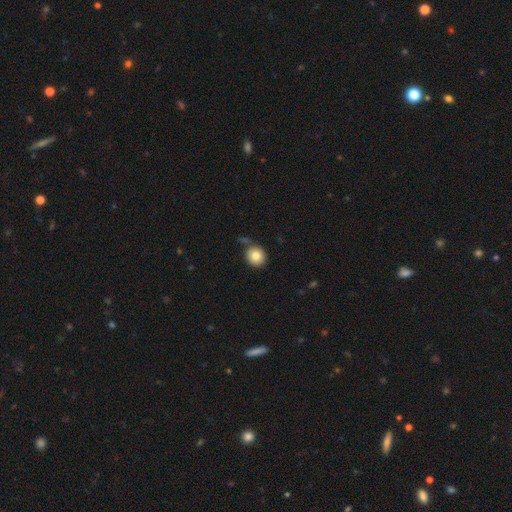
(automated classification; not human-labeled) Smooth or featured? smooth (82%)
How rounded? round (85%)
Merging? none (73%)